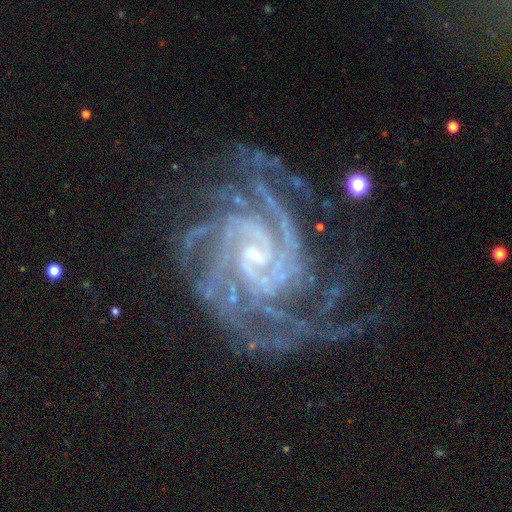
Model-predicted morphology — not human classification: Smooth or featured? featured or disk (93%)
Edge-on disk? no (98%)
Bar? no (45%)
Spiral arms? yes (99%)
Spiral winding? tight (69%)
Spiral arm count? 4 (24%)
Bulge size? small (69%)
Merging? none (67%)